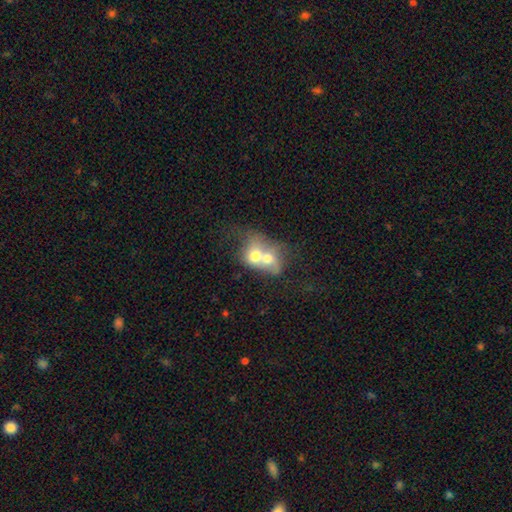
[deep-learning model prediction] Smooth or featured?
  - smooth: 61% *
  - featured or disk: 30%
  - star or artifact: 8%
How rounded?
  - round: 51% *
  - in between: 48%
  - cigar-shaped: 1%
Merging?
  - merger: 81% *
  - none: 9%
  - major disturbance: 5%
  - minor disturbance: 4%